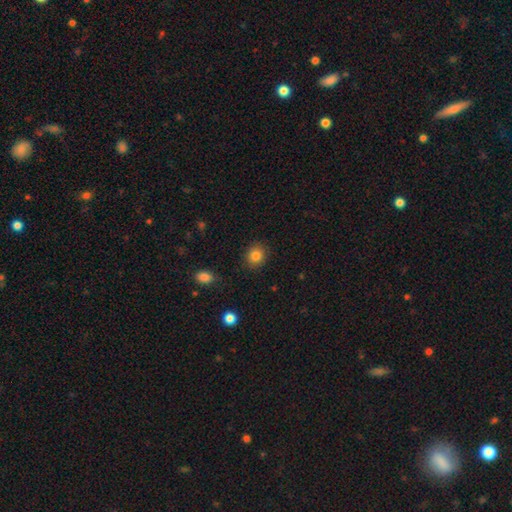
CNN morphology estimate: This appears to be a smooth galaxy with no disk features (84%) that is round (80%). Merging: none (88%).